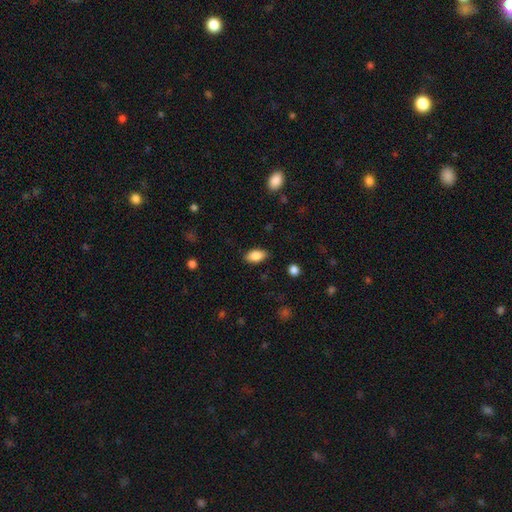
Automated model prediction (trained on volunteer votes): Smooth or featured? smooth (86%)
How rounded? in between (92%)
Merging? none (86%)